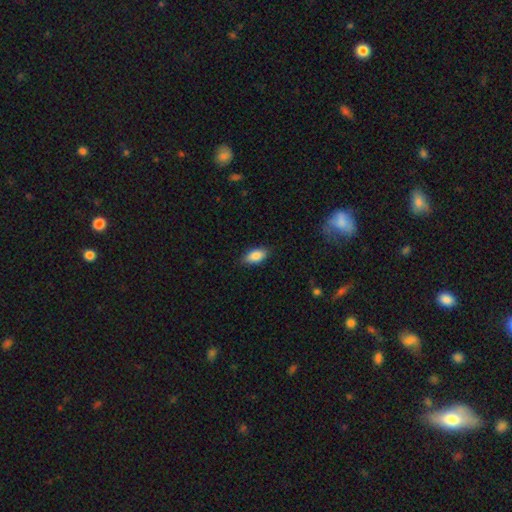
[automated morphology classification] The model was most divided on "merging": none: 85%, minor disturbance: 12%, major disturbance: 2%, merger: 1%. More confident: how rounded — in between (91%); smooth or featured — smooth (87%).